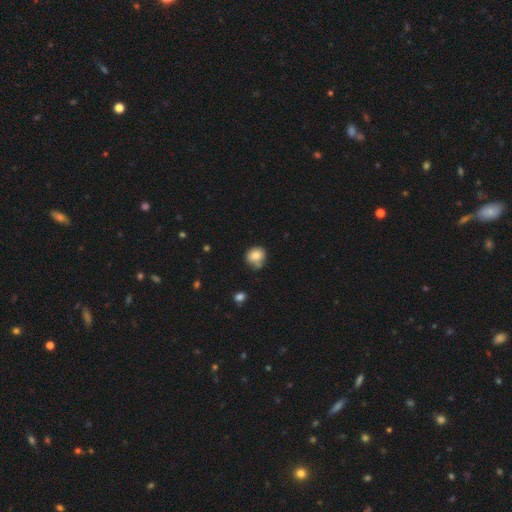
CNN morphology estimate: Smooth or featured?
  - smooth: 82% *
  - star or artifact: 9%
  - featured or disk: 8%
How rounded?
  - round: 74% *
  - in between: 26%
  - cigar-shaped: 1%
Merging?
  - none: 58% *
  - minor disturbance: 26%
  - merger: 9%
  - major disturbance: 6%